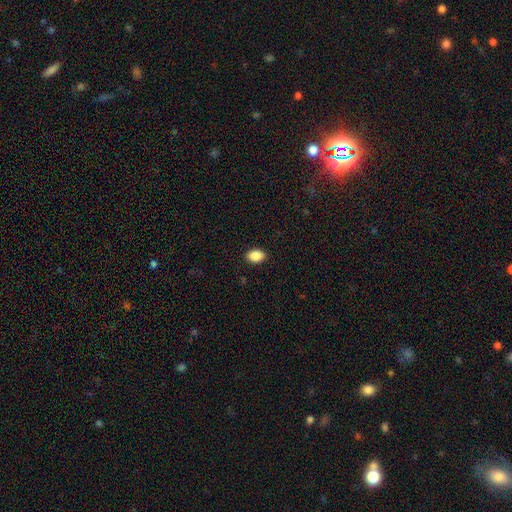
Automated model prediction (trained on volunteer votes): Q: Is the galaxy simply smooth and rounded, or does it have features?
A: smooth — 89%.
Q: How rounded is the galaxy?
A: in between — 79%.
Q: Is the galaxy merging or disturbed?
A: none — 90%.